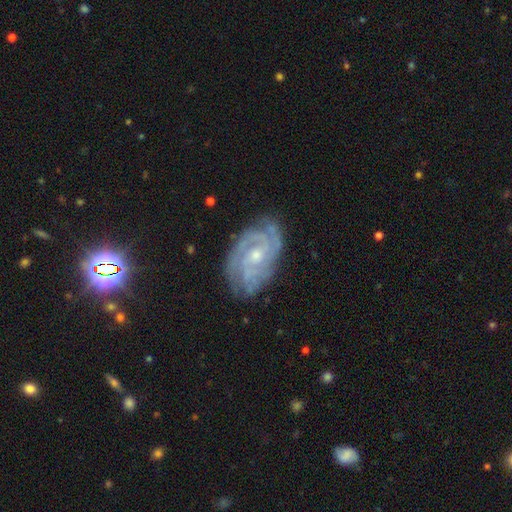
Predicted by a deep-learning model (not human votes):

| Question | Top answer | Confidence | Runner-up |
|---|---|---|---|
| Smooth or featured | featured or disk | 87% | star or artifact (7%) |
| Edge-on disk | no | 96% | yes (4%) |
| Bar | no | 60% | weak (32%) |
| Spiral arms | yes | 97% | no (3%) |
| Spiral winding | tight | 68% | medium (27%) |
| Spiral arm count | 3 | 27% | can't tell (24%) |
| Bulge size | small | 58% | moderate (38%) |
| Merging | none | 77% | minor disturbance (17%) |